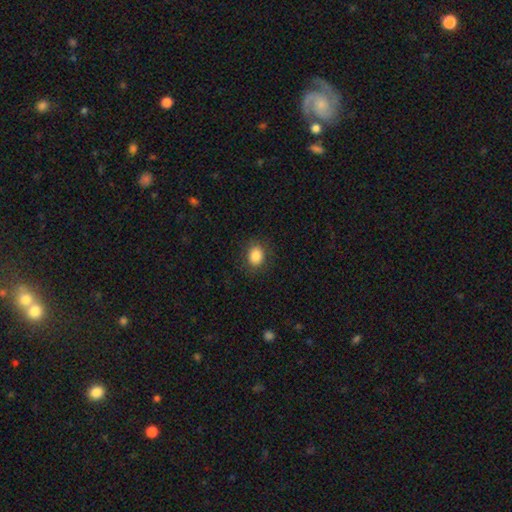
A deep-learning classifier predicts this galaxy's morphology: A smooth galaxy with no disk features (85%) that is round (55%).

Vote fractions:
- Smooth or featured? smooth: 85% / star or artifact: 9% / featured or disk: 6%
- How rounded? round: 55% / in between: 44% / cigar-shaped: 1%
- Merging? none: 85% / minor disturbance: 10% / major disturbance: 4% / merger: 1%